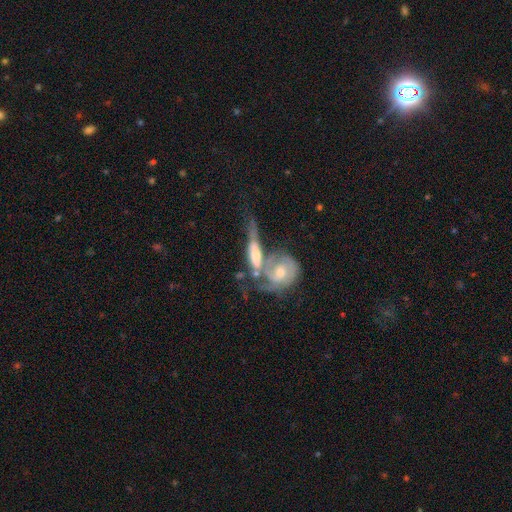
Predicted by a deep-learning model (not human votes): smooth_or_featured: featured or disk (p=0.73) [alt: smooth p=0.20]
disk_edge_on: no (p=0.68) [alt: yes p=0.32]
merging: merger (p=0.60) [alt: none p=0.21]